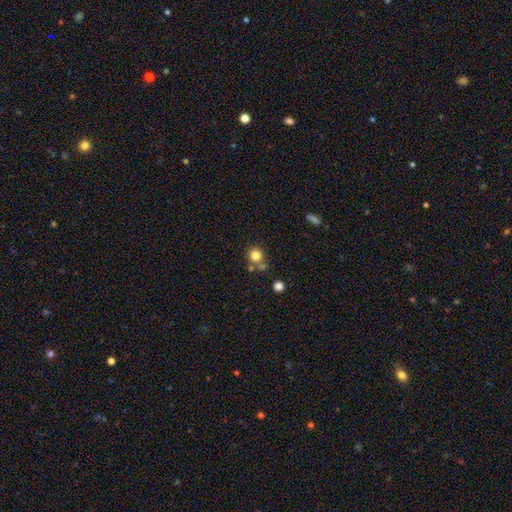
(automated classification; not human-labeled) smooth 81%, star or artifact 13%, featured or disk 7%. Down the decision tree: how rounded — round (90%); merging — none (65%).